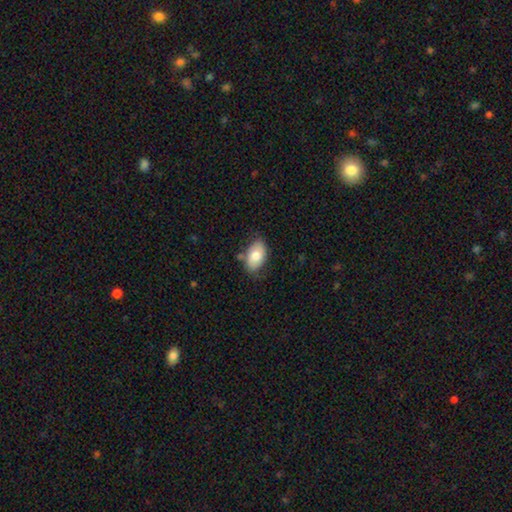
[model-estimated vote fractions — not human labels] smooth_or_featured: smooth (p=0.74) [alt: featured or disk p=0.19]
how_rounded: in between (p=0.91) [alt: round p=0.08]
merging: none (p=0.72) [alt: minor disturbance p=0.20]